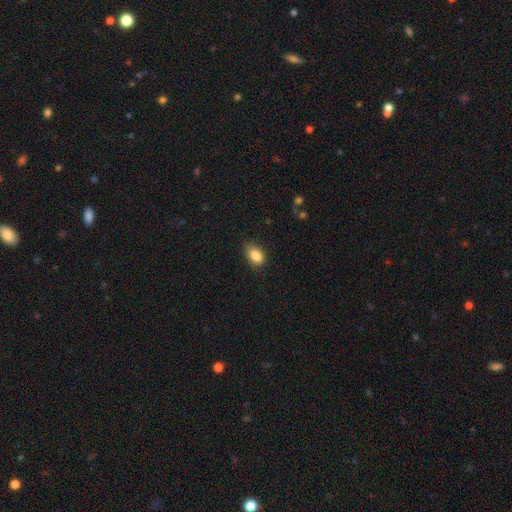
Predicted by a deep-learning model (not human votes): Smooth or featured? smooth (87%)
How rounded? in between (82%)
Merging? none (79%)